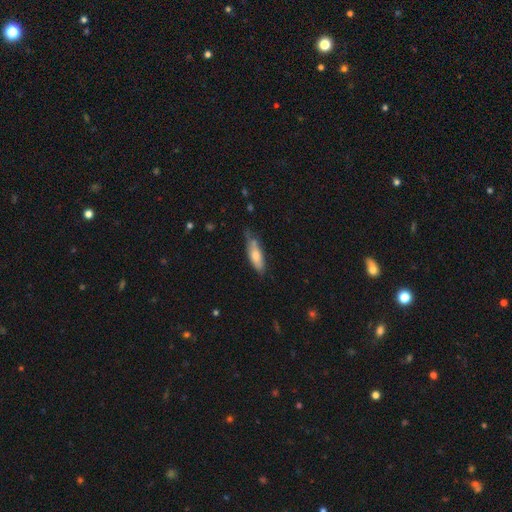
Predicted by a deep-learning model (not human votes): Smooth or featured?
  - smooth: 72% *
  - featured or disk: 21%
  - star or artifact: 6%
How rounded?
  - in between: 53% *
  - cigar-shaped: 45%
  - round: 2%
Merging?
  - none: 52% *
  - minor disturbance: 34%
  - major disturbance: 8%
  - merger: 6%